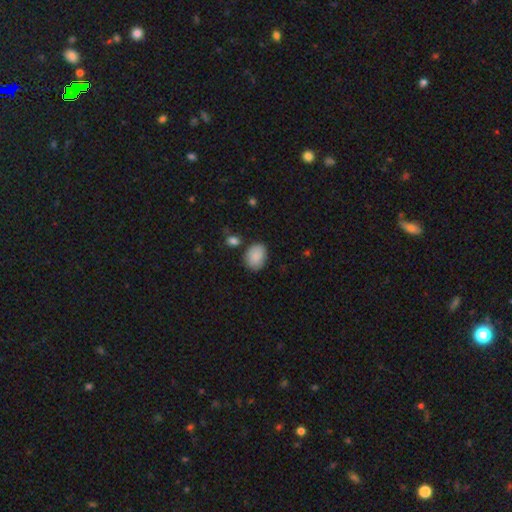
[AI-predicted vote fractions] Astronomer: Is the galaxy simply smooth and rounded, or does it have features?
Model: smooth — 89%.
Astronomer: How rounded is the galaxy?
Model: in between — 66%.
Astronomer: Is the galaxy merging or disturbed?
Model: none — 77%.